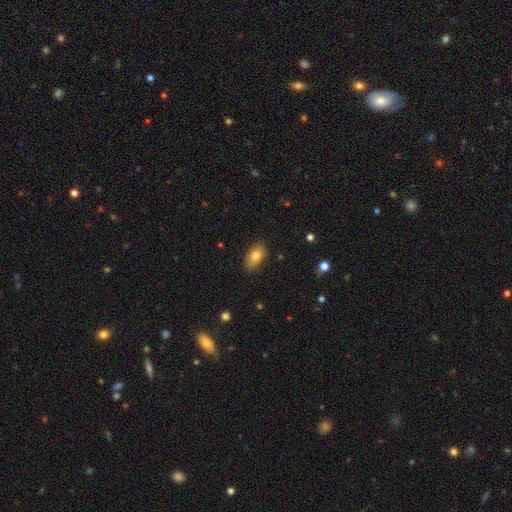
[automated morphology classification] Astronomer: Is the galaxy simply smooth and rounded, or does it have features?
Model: smooth — 80%.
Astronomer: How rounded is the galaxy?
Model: in between — 91%.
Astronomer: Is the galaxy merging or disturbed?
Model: none — 84%.